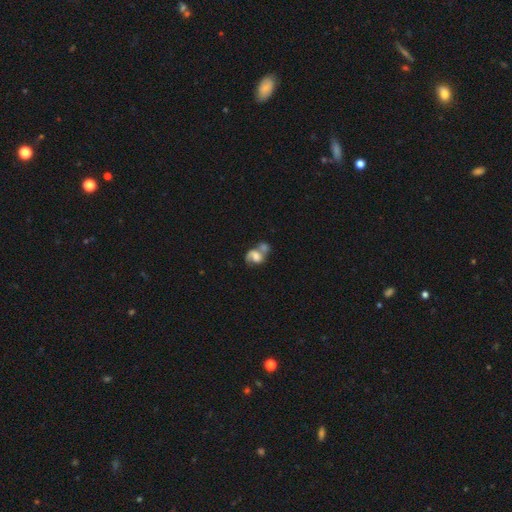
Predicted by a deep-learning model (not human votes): The model was most divided on "smooth or featured": featured or disk: 51%, smooth: 39%, star or artifact: 10%. More confident: edge-on disk — no (97%); merging — merger (56%).